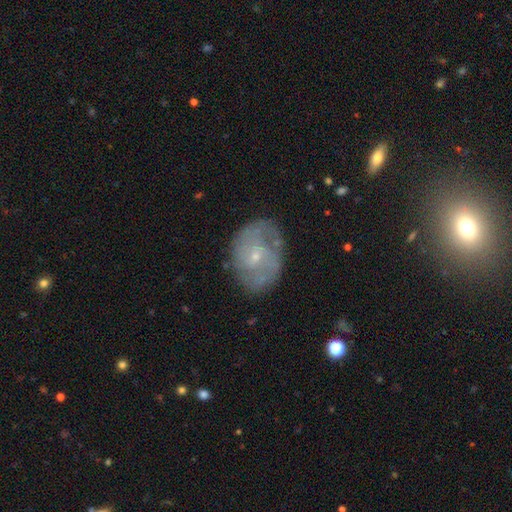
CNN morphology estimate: Smooth or featured? Predicted: featured or disk (p=0.72). Edge-on disk? Predicted: no (p=0.97). Bar? Predicted: no (p=0.52). Spiral arms? Predicted: yes (p=0.80). Spiral winding? Predicted: medium (p=0.43). Spiral arm count? Predicted: 2 (p=0.51). Bulge size? Predicted: small (p=0.78). Merging? Predicted: none (p=0.70).